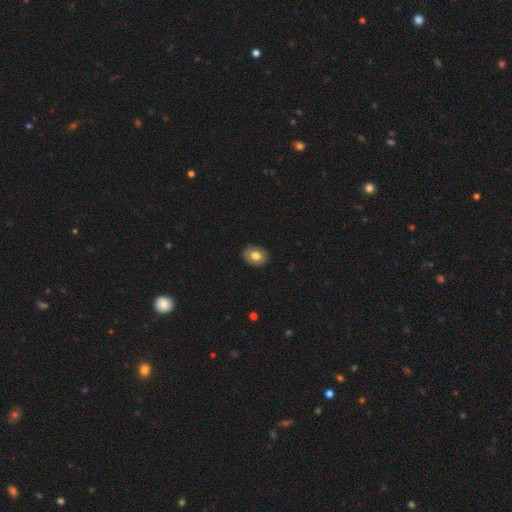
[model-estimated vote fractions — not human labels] Morphology: type=smooth (74%); roundness=in between (63%); merging=none (85%).